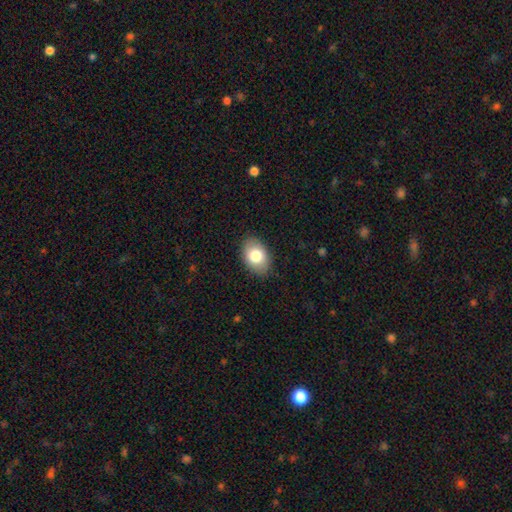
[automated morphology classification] smooth-or-featured: smooth: 80% | featured or disk: 13% | star or artifact: 7%
  how-rounded: in between: 85% | round: 14% | cigar-shaped: 1%
  merging: none: 87% | minor disturbance: 10% | major disturbance: 2% | merger: 1%